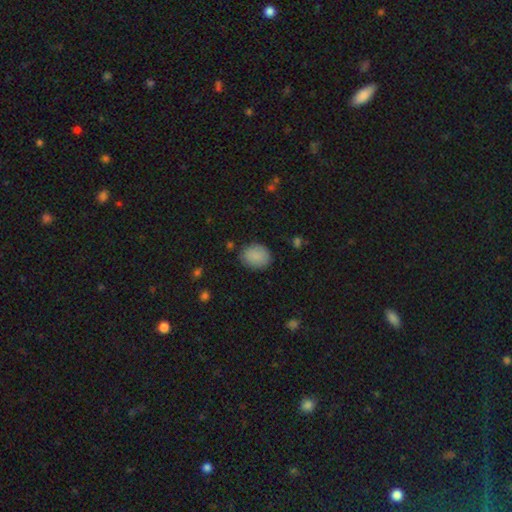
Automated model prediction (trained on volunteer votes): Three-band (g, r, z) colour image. It shows a smooth galaxy with no disk features (88%) that is in between round and cigar-shaped (53%). Merging: none (81%).